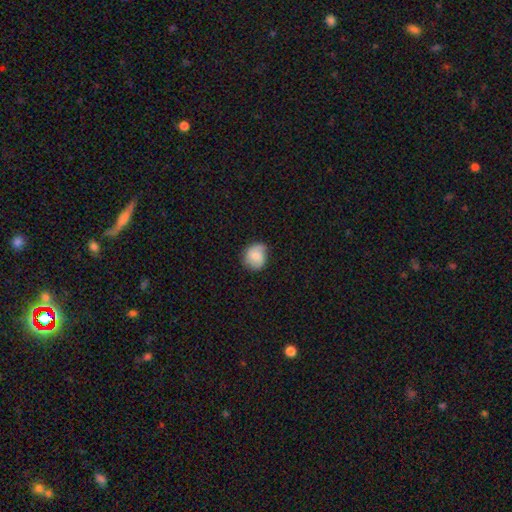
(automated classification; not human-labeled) A smooth galaxy with no disk features (69%) that is round (74%). Merging: none (68%).